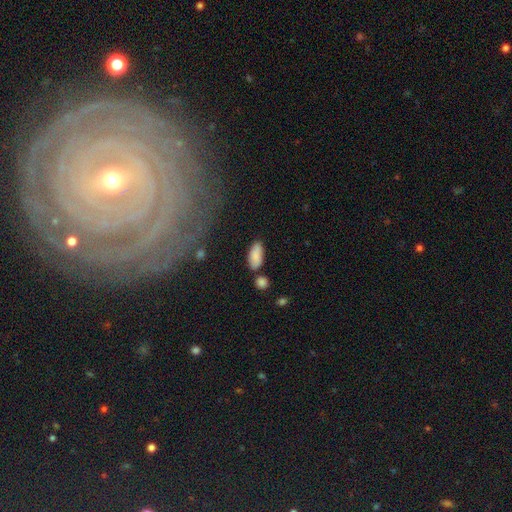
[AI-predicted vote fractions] Morphology: type=smooth (83%); roundness=in between (88%); merging=none (68%).